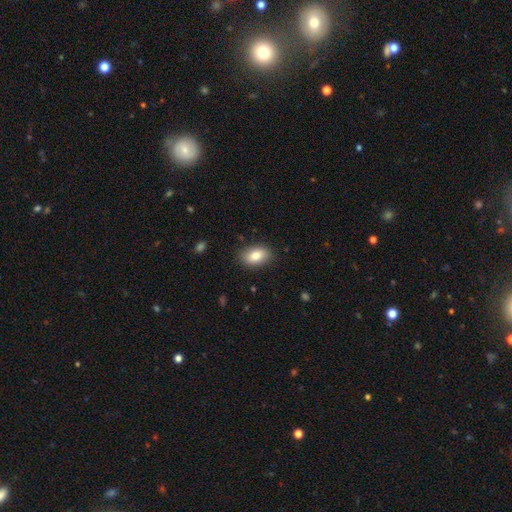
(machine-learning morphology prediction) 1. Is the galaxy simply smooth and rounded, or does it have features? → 83% smooth, 9% featured or disk, 7% star or artifact.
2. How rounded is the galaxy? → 89% in between, 9% round, 2% cigar-shaped.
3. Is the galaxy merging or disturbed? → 86% none, 11% minor disturbance, 3% major disturbance, 1% merger.